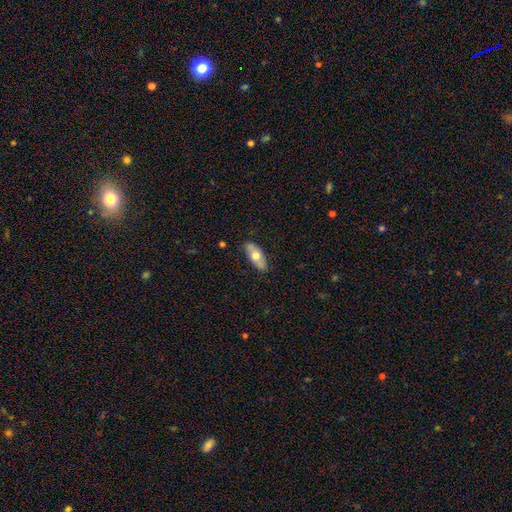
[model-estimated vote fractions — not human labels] The model was most divided on "smooth or featured": smooth: 63%, featured or disk: 32%, star or artifact: 6%. More confident: merging — none (84%); how rounded — in between (75%).